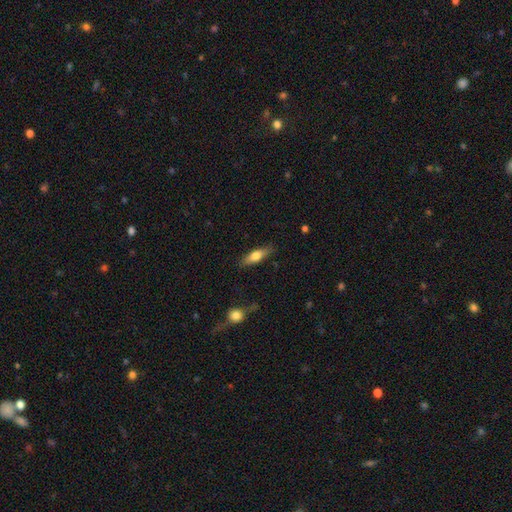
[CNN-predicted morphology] Smooth or featured: smooth — 61% (featured or disk — 33%)
How rounded: cigar-shaped — 55% (in between — 42%)
Merging: none — 83% (minor disturbance — 12%)